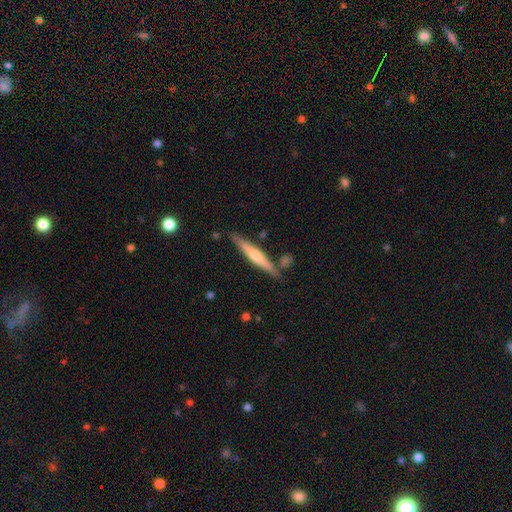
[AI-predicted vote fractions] The model was most divided on "smooth or featured": featured or disk: 59%, smooth: 35%, star or artifact: 6%. More confident: edge-on disk — yes (96%); merging — none (81%); edge-on bulge — rounded (80%).